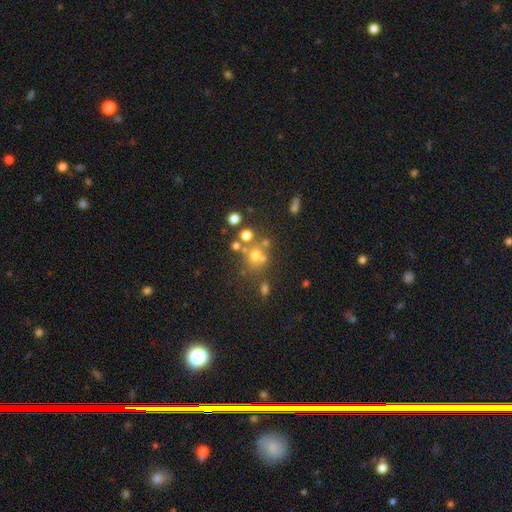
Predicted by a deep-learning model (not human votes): Smooth or featured? smooth (55%)
How rounded? round (78%)
Merging? none (54%)